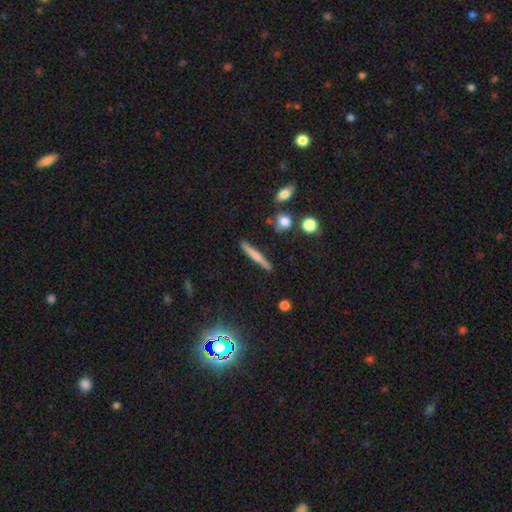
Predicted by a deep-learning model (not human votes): Smooth or featured? Predicted: smooth (p=0.57). How rounded? Predicted: cigar-shaped (p=0.93). Merging? Predicted: none (p=0.86).